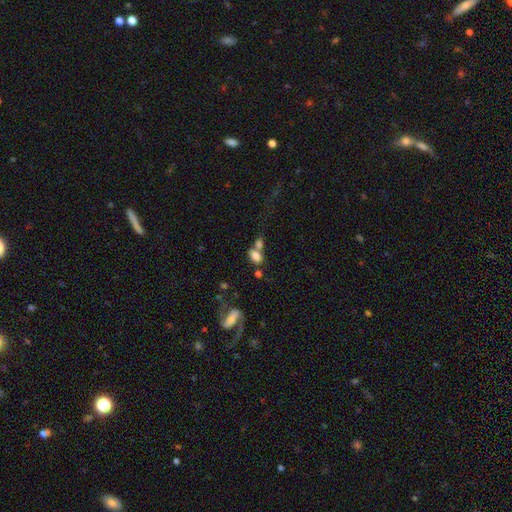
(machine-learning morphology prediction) Smooth or featured?
  - smooth: 77% *
  - featured or disk: 13%
  - star or artifact: 10%
How rounded?
  - in between: 83% *
  - round: 14%
  - cigar-shaped: 3%
Merging?
  - merger: 48% *
  - none: 34%
  - minor disturbance: 11%
  - major disturbance: 7%